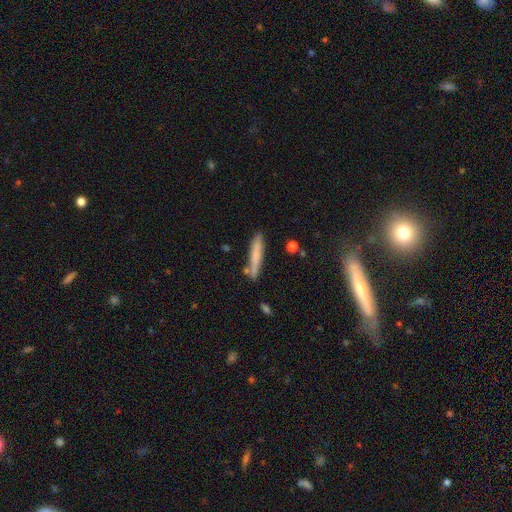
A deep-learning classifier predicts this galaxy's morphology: This is likely a smooth galaxy (72%). How rounded: clearly cigar-shaped (92%). Merging: likely none (79%).